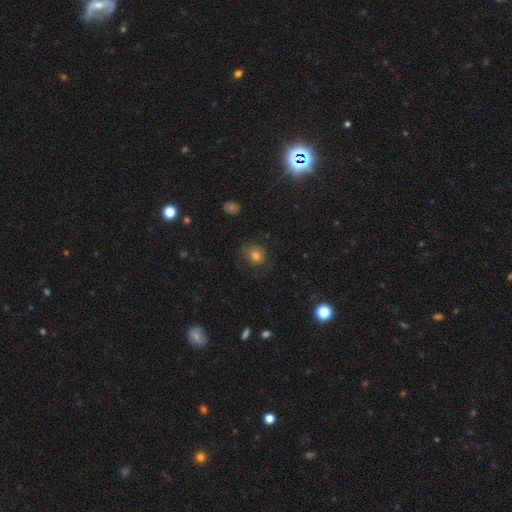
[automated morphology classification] smooth_or_featured: smooth (p=0.67) [alt: featured or disk p=0.18]
how_rounded: round (p=0.80) [alt: in between p=0.19]
merging: none (p=0.69) [alt: minor disturbance p=0.20]